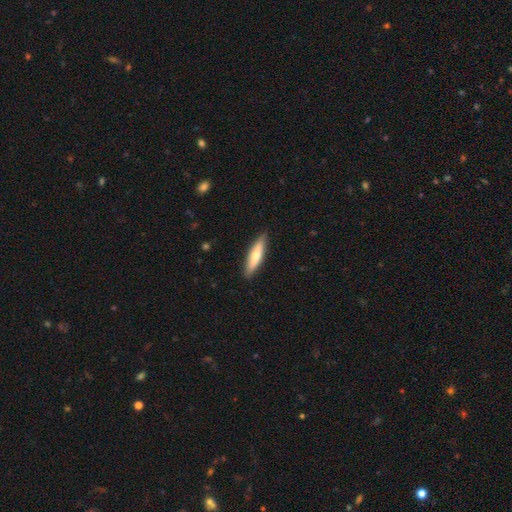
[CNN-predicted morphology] The model was most divided on "smooth or featured": smooth: 62%, featured or disk: 33%, star or artifact: 5%. More confident: merging — none (88%); how rounded — cigar-shaped (77%).